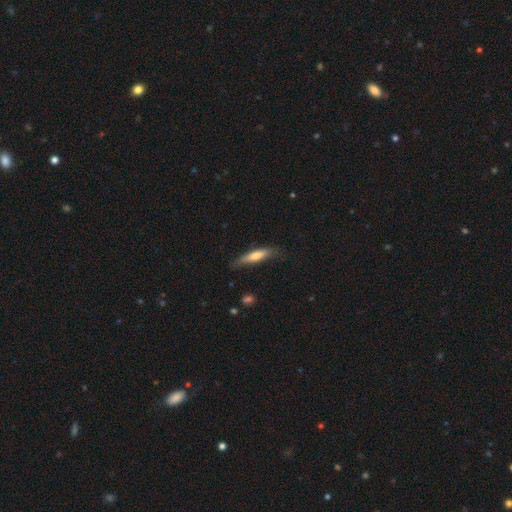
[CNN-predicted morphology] Smooth or featured: smooth — 63% (featured or disk — 32%)
How rounded: cigar-shaped — 81% (in between — 17%)
Merging: none — 74% (minor disturbance — 20%)